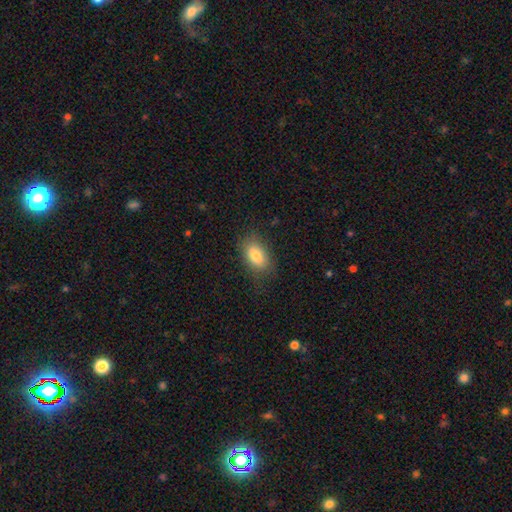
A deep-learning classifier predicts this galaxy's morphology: The model was most divided on "merging": none: 79%, minor disturbance: 15%, major disturbance: 5%, merger: 1%. More confident: how rounded — in between (88%); smooth or featured — smooth (81%).